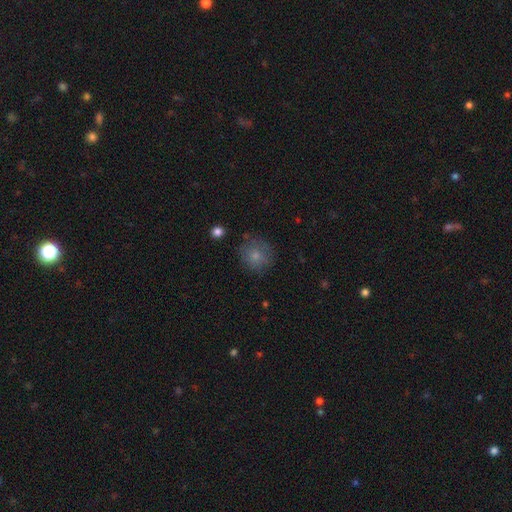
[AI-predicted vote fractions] Smooth or featured: smooth — 78% (featured or disk — 12%)
How rounded: round — 85% (in between — 14%)
Merging: none — 73% (minor disturbance — 18%)